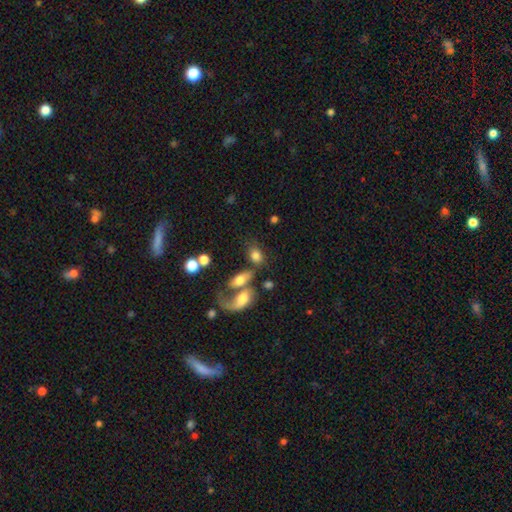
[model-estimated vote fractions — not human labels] Q: Smooth or featured?
A: smooth (74%); runner-up: featured or disk (16%)
Q: How rounded?
A: in between (76%); runner-up: round (20%)
Q: Merging?
A: merger (39%); runner-up: none (38%)